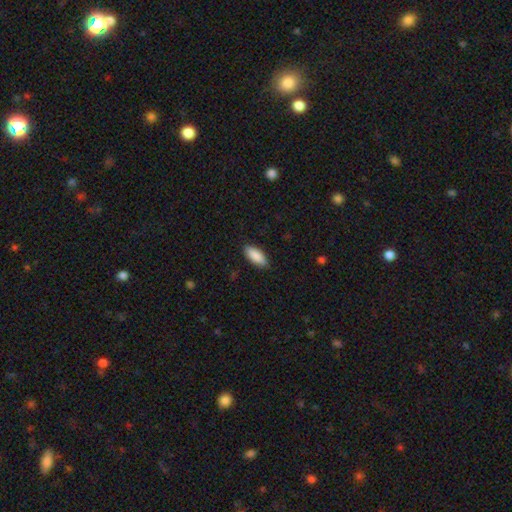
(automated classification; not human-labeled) A smooth galaxy with no disk features (89%) that is in between round and cigar-shaped (84%).

Vote fractions:
- Smooth or featured? smooth: 89% / star or artifact: 6% / featured or disk: 5%
- How rounded? in between: 84% / cigar-shaped: 14% / round: 2%
- Merging? none: 86% / minor disturbance: 11% / major disturbance: 2% / merger: 1%